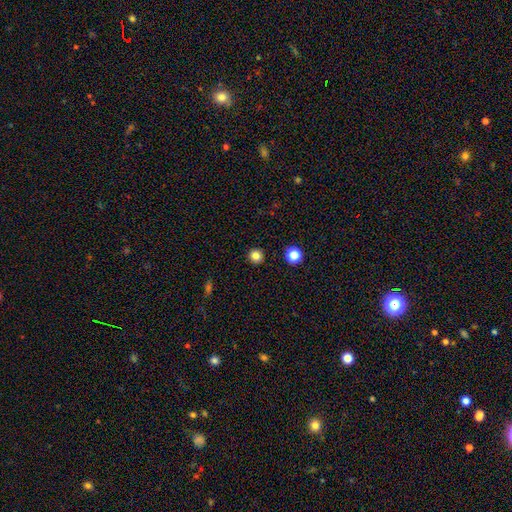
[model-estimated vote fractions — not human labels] Q: Smooth or featured?
A: smooth (82%); runner-up: star or artifact (13%)
Q: How rounded?
A: round (94%); runner-up: in between (5%)
Q: Merging?
A: none (92%); runner-up: minor disturbance (5%)